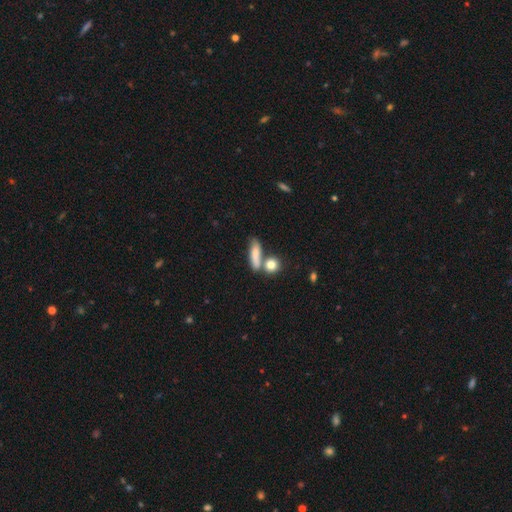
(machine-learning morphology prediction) Smooth or featured?
  - smooth: 77% *
  - featured or disk: 15%
  - star or artifact: 8%
How rounded?
  - in between: 43% *
  - cigar-shaped: 41%
  - round: 16%
Merging?
  - none: 50% *
  - merger: 30%
  - minor disturbance: 14%
  - major disturbance: 6%